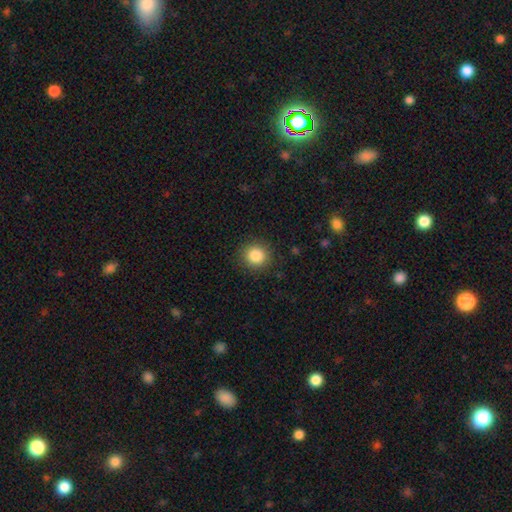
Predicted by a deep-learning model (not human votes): Morphology: type=smooth (85%); roundness=round (90%); merging=none (90%).